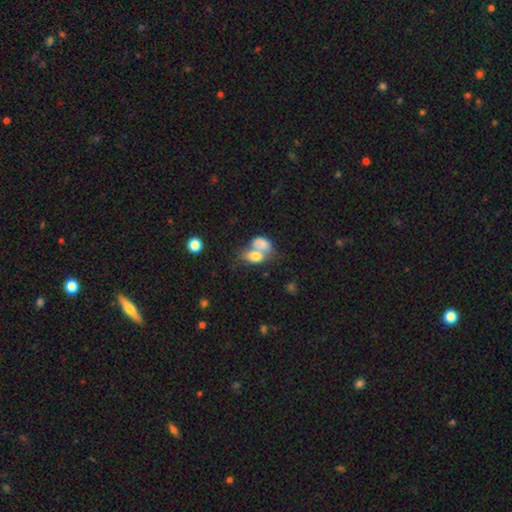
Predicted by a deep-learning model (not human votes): Overall: smooth (70%). How rounded: in between (79%). Merging: merger (66%).